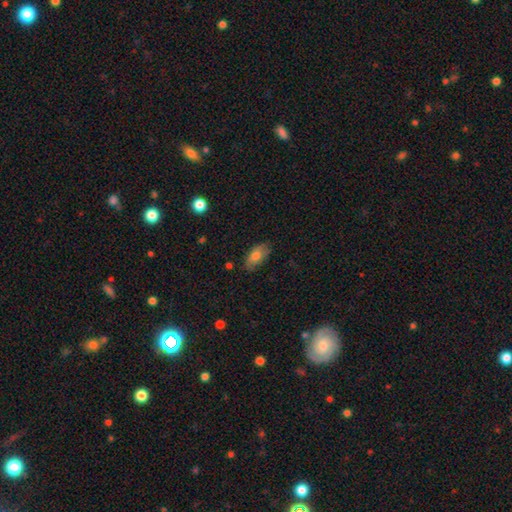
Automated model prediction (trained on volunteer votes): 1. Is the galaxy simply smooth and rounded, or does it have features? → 77% smooth, 15% featured or disk, 7% star or artifact.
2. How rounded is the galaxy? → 91% in between, 5% cigar-shaped, 4% round.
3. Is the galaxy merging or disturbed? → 77% none, 18% minor disturbance, 3% major disturbance, 2% merger.